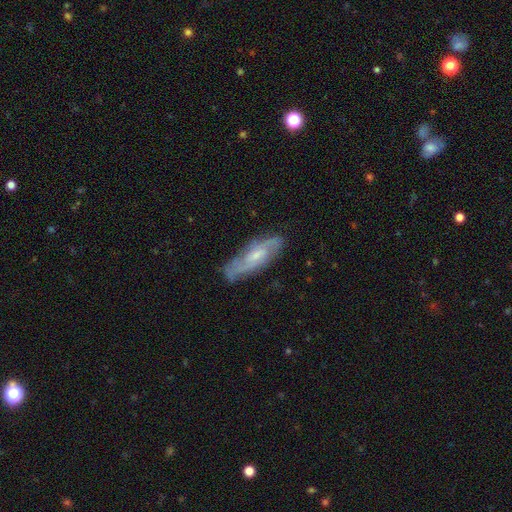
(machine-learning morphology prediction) smooth_or_featured: featured or disk (p=0.70) [alt: smooth p=0.24]
disk_edge_on: no (p=0.79) [alt: yes p=0.21]
bar: no (p=0.53) [alt: weak p=0.39]
has_spiral_arms: yes (p=0.88) [alt: no p=0.12]
bulge_size: small (p=0.57) [alt: moderate p=0.35]
merging: none (p=0.75) [alt: minor disturbance p=0.19]